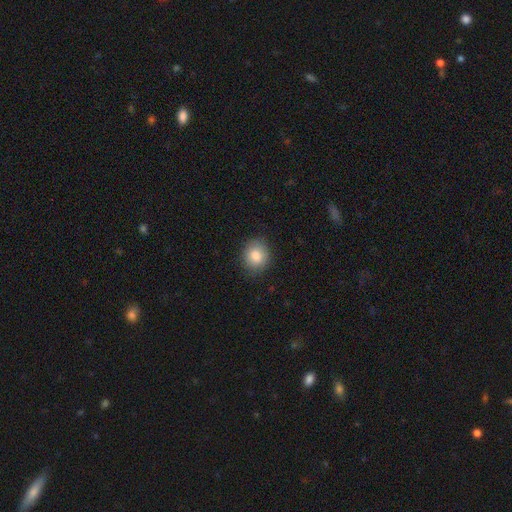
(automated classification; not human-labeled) This is clearly a smooth galaxy (86%). How rounded: likely round (75%). Merging: clearly none (86%).